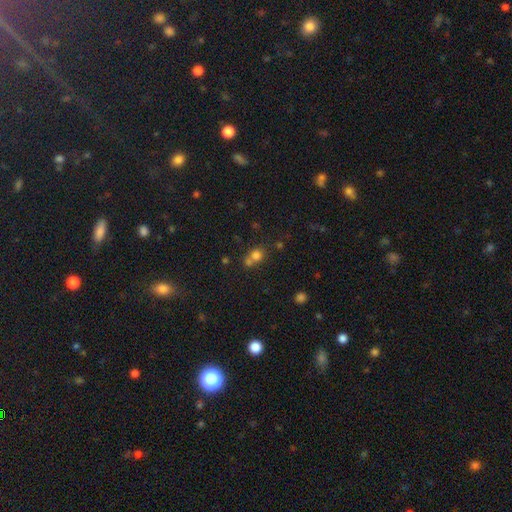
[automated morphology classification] This is likely a smooth galaxy (74%). How rounded: likely round (77%). Merging: possibly merger (47%).